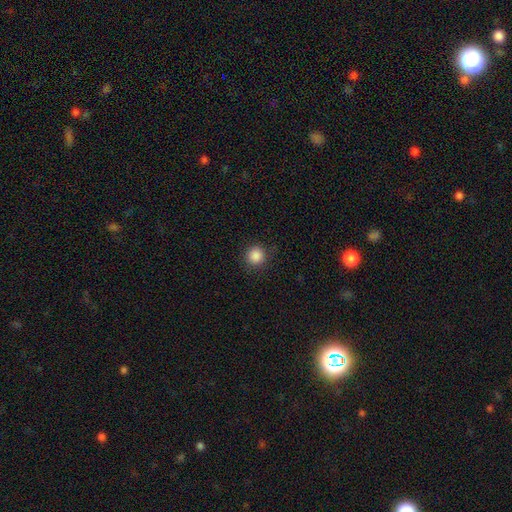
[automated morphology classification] smooth_or_featured: smooth (p=0.87) [alt: star or artifact p=0.10]
how_rounded: round (p=0.93) [alt: in between p=0.06]
merging: none (p=0.90) [alt: minor disturbance p=0.07]